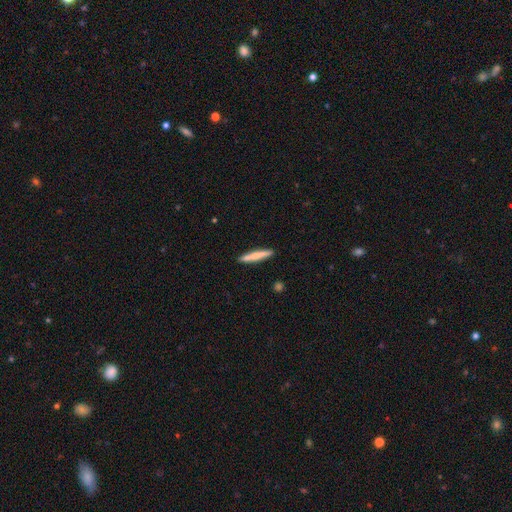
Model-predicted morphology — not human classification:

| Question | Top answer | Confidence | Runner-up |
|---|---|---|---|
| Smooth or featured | smooth | 68% | featured or disk (26%) |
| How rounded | cigar-shaped | 95% | in between (4%) |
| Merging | none | 90% | minor disturbance (7%) |